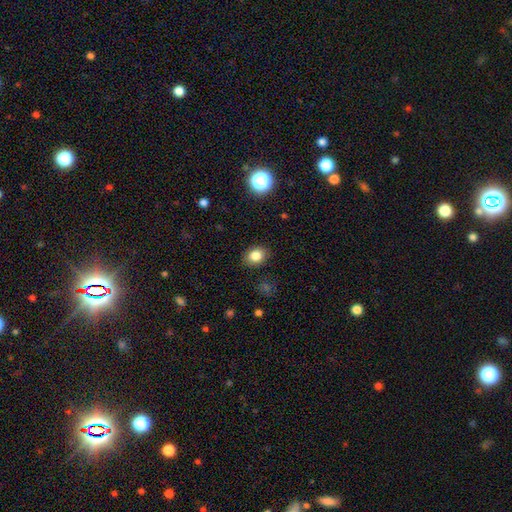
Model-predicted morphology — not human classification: A smooth galaxy with no disk features (83%) that is in between round and cigar-shaped (54%).

Vote fractions:
- Smooth or featured? smooth: 83% / star or artifact: 11% / featured or disk: 6%
- How rounded? in between: 54% / round: 45% / cigar-shaped: 1%
- Merging? none: 87% / minor disturbance: 9% / major disturbance: 3% / merger: 1%